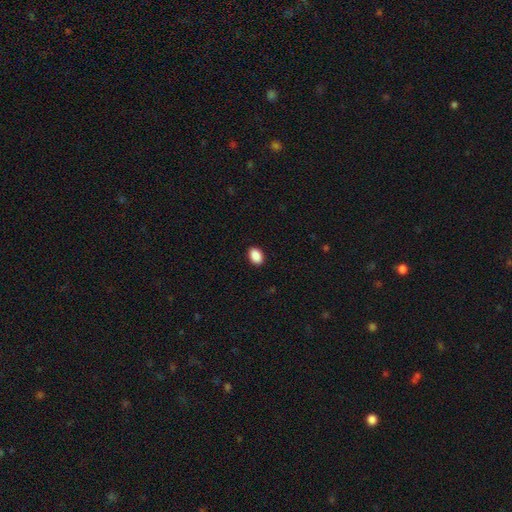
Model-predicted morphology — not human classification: The model was most divided on "how rounded": in between: 83%, round: 15%, cigar-shaped: 1%. More confident: merging — none (90%); smooth or featured — smooth (90%).